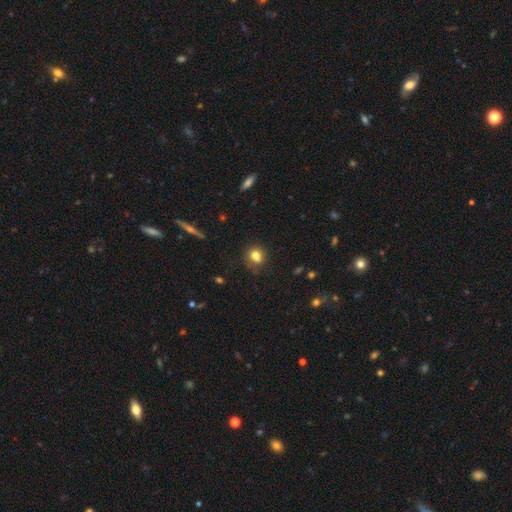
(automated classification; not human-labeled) Smooth or featured: smooth — 78% (star or artifact — 13%)
How rounded: round — 71% (in between — 28%)
Merging: none — 67% (minor disturbance — 20%)